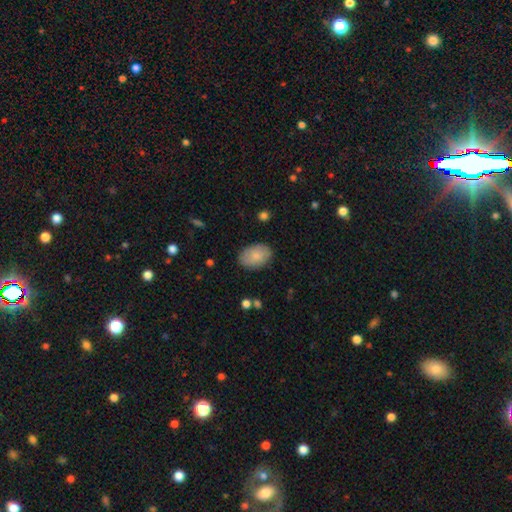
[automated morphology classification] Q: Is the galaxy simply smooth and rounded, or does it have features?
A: smooth — 84%.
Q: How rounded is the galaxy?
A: in between — 88%.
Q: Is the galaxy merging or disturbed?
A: none — 84%.